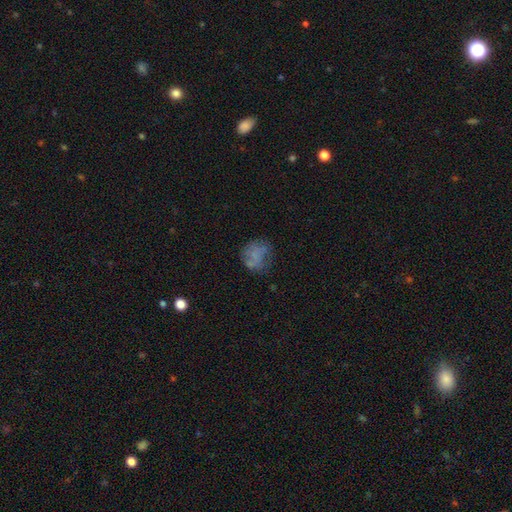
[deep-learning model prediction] Smooth or featured: smooth — 56% (featured or disk — 31%)
How rounded: round — 73% (in between — 26%)
Merging: none — 54% (minor disturbance — 24%)